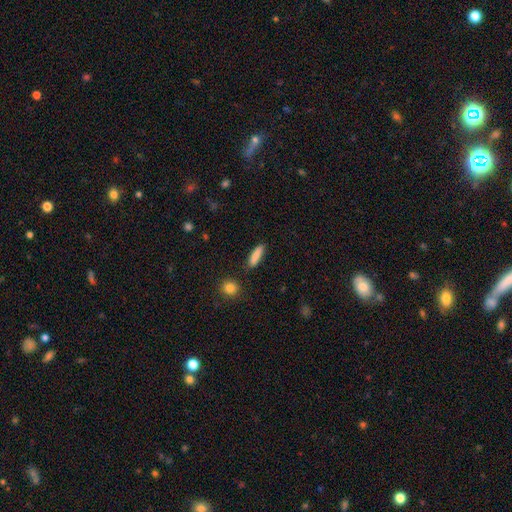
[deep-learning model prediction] Smooth or featured? Predicted: smooth (p=0.85). How rounded? Predicted: cigar-shaped (p=0.76). Merging? Predicted: none (p=0.88).